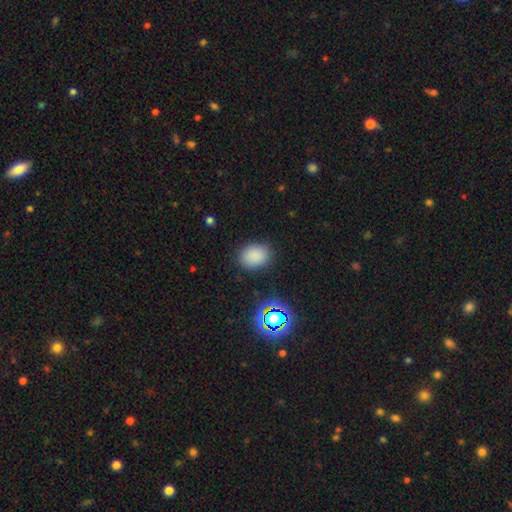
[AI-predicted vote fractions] Morphology: type=smooth (82%); roundness=in between (64%); merging=none (85%).